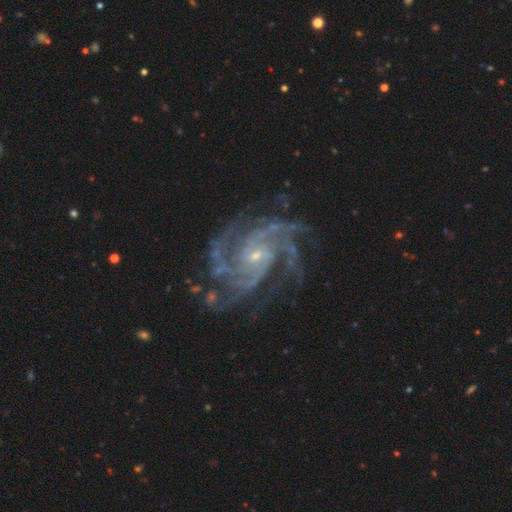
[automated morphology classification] smooth-or-featured: featured or disk: 92% | star or artifact: 6% | smooth: 2%
  disk-edge-on: no: 98% | yes: 2%
    bar: no: 60% | weak: 29% | strong: 10%
    has-spiral-arms: yes: 99% | no: 1%
      spiral-winding: tight: 50% | medium: 43% | loose: 7%
      spiral-arm-count: 4: 29% | 3: 24% | 2: 14% | more than 4: 13% | can't tell: 12% | 1: 8%
    bulge-size: small: 80% | moderate: 15% | none: 2% | large: 1% | dominant: 1%
  merging: none: 72% | minor disturbance: 17% | major disturbance: 10% | merger: 2%